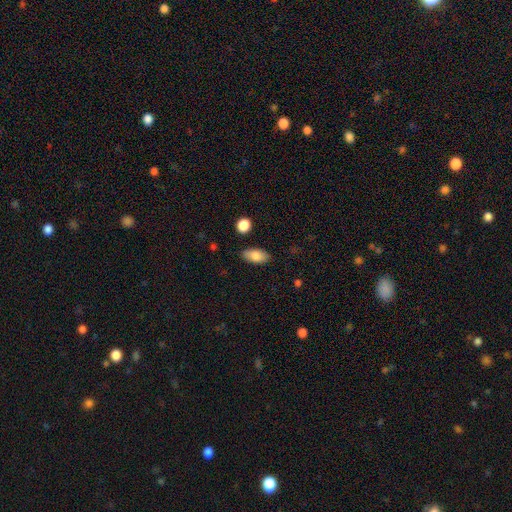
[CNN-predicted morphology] The model was most divided on "merging": none: 84%, minor disturbance: 11%, major disturbance: 3%, merger: 2%. More confident: how rounded — in between (91%); smooth or featured — smooth (84%).